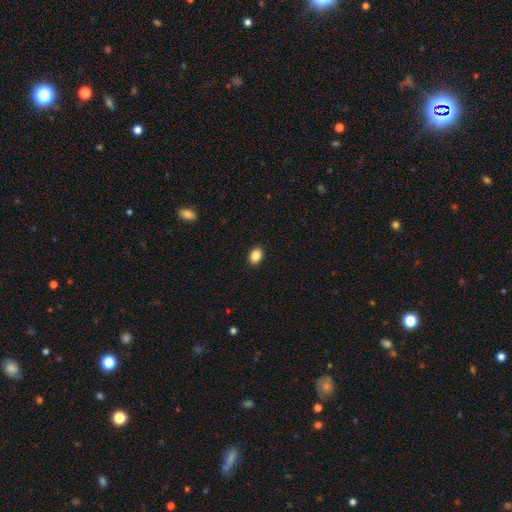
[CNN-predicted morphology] A smooth galaxy with no disk features (88%) that is in between round and cigar-shaped (73%). Merging: none (91%).